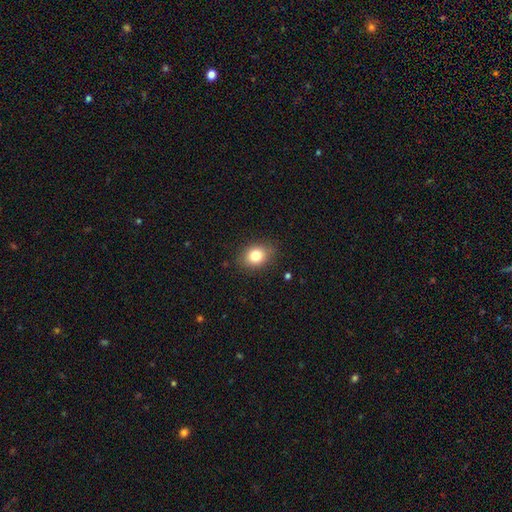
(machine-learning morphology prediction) Overall: smooth (82%). How rounded: in between (58%; round 41%). Merging: none (83%).